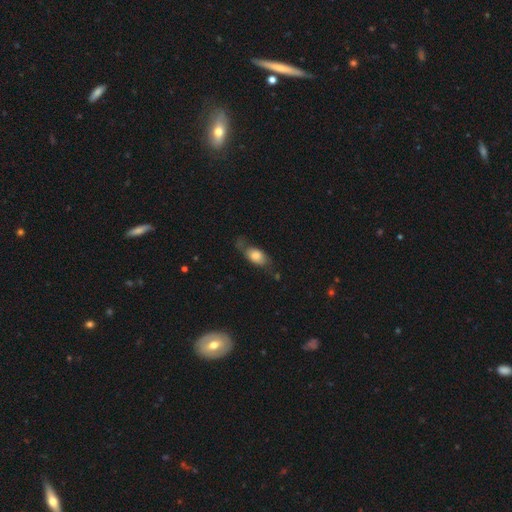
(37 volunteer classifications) A smooth galaxy with no disk features (70%) that is in between round and cigar-shaped (69%).

Vote fractions:
- Smooth or featured? smooth: 70% / featured or disk: 24% / star or artifact: 5%
- How rounded? in between: 69% / cigar-shaped: 27% / round: 4%
- Merging? none: 43% / major disturbance: 29% / minor disturbance: 23% / merger: 6%